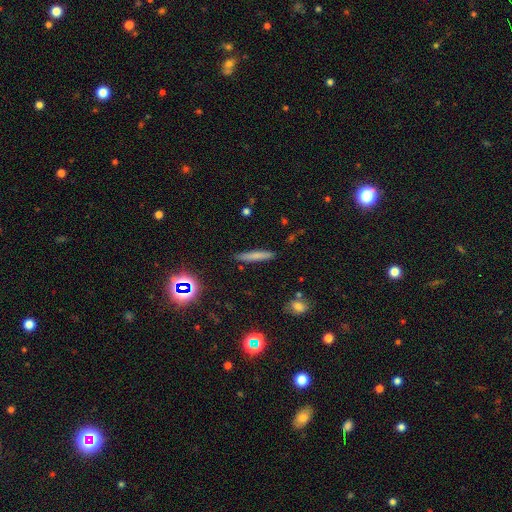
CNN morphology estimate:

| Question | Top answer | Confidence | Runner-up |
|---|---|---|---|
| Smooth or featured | smooth | 70% | featured or disk (19%) |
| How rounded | cigar-shaped | 92% | in between (6%) |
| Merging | none | 88% | minor disturbance (9%) |